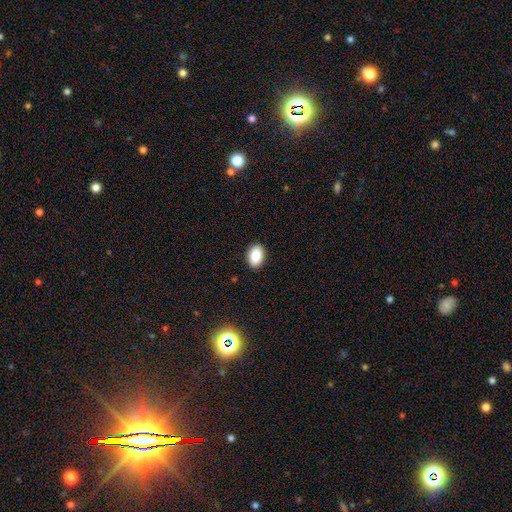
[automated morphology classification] The model was most divided on "how rounded": in between: 87%, round: 12%, cigar-shaped: 1%. More confident: merging — none (90%); smooth or featured — smooth (88%).